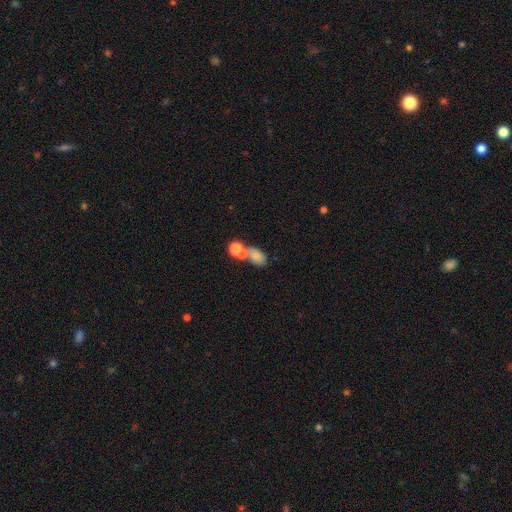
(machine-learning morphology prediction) Overall: smooth (70%). How rounded: in between (78%). Merging: merger (43%; none 38%).